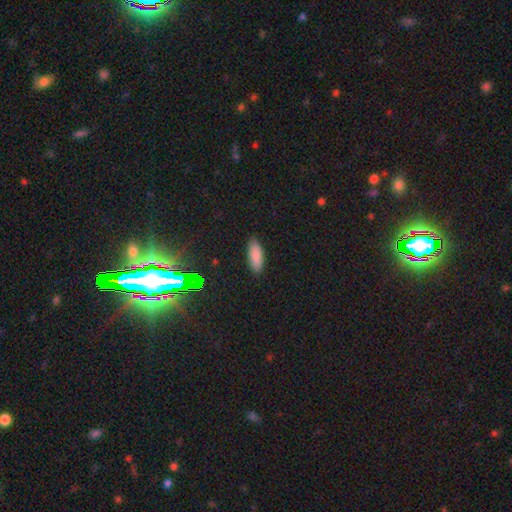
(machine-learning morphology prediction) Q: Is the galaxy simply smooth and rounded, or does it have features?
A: smooth — 85%.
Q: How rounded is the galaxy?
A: in between — 71%.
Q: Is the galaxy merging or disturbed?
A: none — 87%.